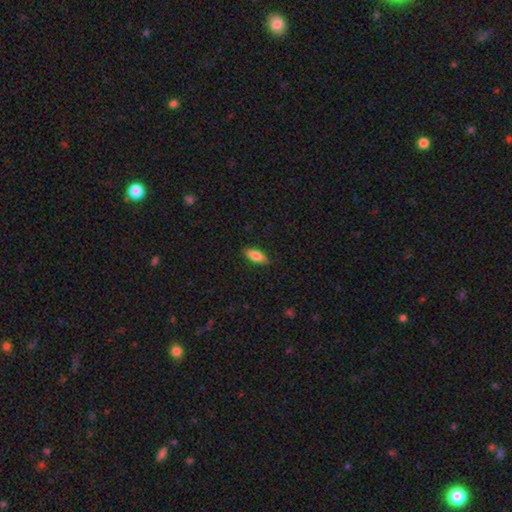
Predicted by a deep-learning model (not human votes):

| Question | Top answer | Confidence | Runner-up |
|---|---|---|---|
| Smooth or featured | smooth | 78% | featured or disk (16%) |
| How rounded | in between | 73% | cigar-shaped (24%) |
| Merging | none | 88% | minor disturbance (9%) |